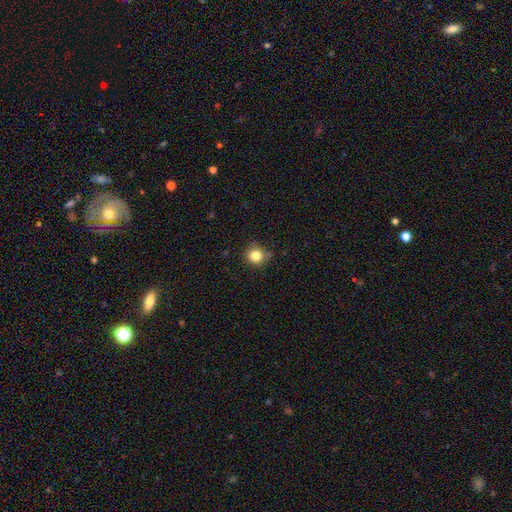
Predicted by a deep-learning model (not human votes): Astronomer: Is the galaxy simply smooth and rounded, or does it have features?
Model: smooth — 83%.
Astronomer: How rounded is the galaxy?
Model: round — 90%.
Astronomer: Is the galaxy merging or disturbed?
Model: none — 83%.